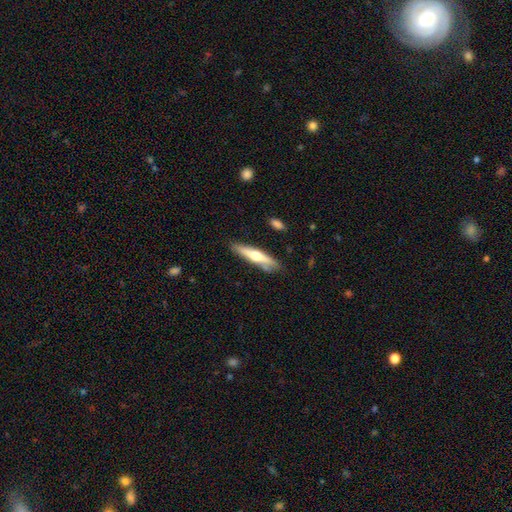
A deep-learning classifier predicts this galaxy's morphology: Smooth or featured? Predicted: smooth (p=0.49). Merging? Predicted: none (p=0.80).